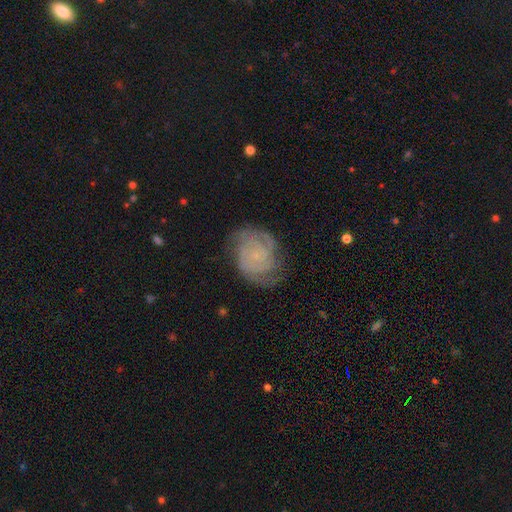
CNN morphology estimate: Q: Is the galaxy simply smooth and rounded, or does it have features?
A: featured or disk — 79%.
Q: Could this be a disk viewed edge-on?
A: no — 98%.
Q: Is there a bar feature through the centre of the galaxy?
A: no — 75%.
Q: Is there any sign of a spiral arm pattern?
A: yes — 95%.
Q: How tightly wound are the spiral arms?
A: tight — 60%.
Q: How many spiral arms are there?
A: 2 — 45%.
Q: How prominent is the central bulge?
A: small — 75%.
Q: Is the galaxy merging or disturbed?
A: none — 68%.